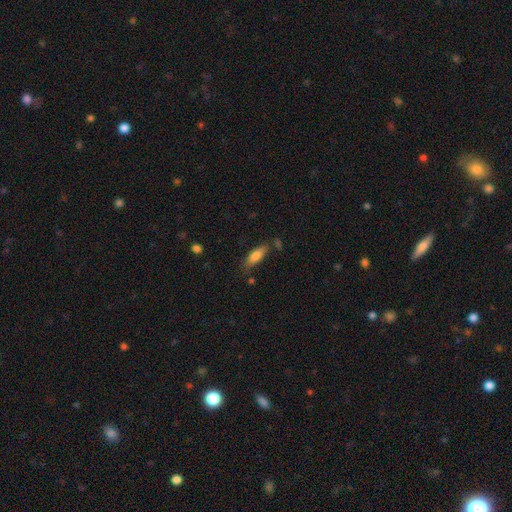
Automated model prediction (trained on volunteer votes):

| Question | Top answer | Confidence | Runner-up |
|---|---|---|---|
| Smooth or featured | smooth | 77% | featured or disk (16%) |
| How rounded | in between | 58% | cigar-shaped (40%) |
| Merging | none | 72% | minor disturbance (17%) |